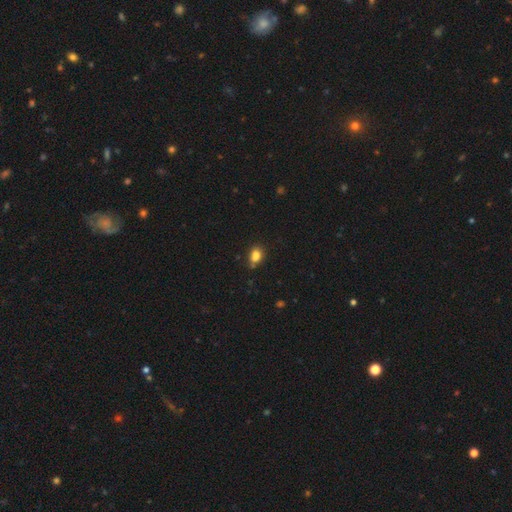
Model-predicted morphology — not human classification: A smooth galaxy with no disk features (83%) that is in between round and cigar-shaped (70%).

Vote fractions:
- Smooth or featured? smooth: 83% / star or artifact: 11% / featured or disk: 6%
- How rounded? in between: 70% / round: 28% / cigar-shaped: 2%
- Merging? none: 65% / minor disturbance: 21% / merger: 9% / major disturbance: 5%